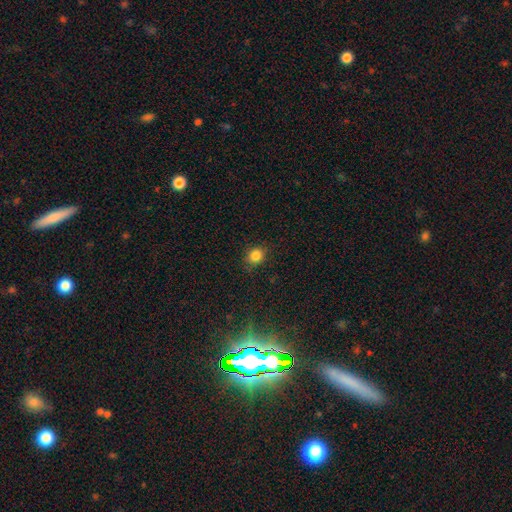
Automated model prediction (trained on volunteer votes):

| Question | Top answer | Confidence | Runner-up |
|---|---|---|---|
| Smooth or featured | smooth | 84% | star or artifact (12%) |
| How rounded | round | 71% | in between (28%) |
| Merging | none | 85% | minor disturbance (11%) |